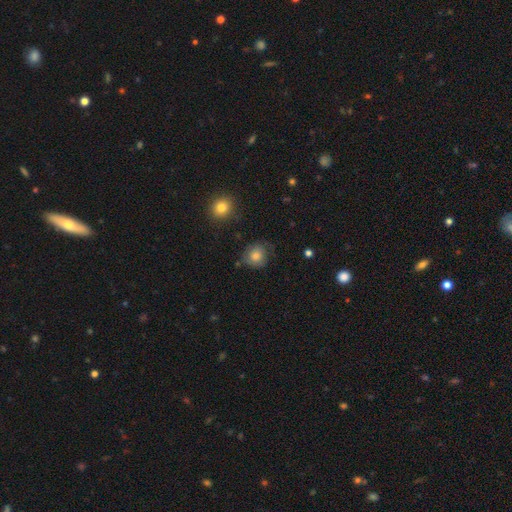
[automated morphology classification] Smooth or featured?
  - smooth: 75% *
  - featured or disk: 15%
  - star or artifact: 10%
How rounded?
  - round: 81% *
  - in between: 18%
  - cigar-shaped: 1%
Merging?
  - none: 64% *
  - minor disturbance: 24%
  - major disturbance: 10%
  - merger: 2%